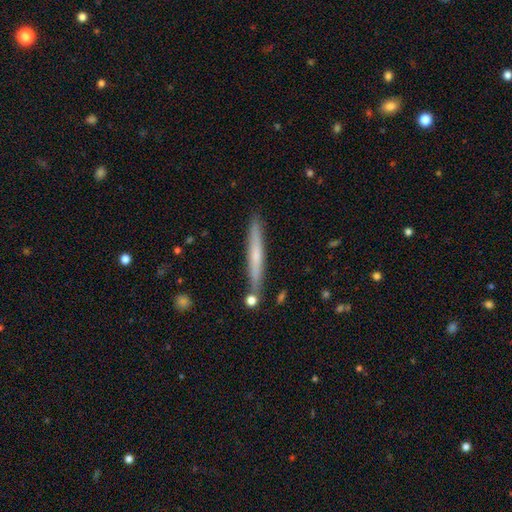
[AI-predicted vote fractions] Smooth or featured: smooth — 49% (featured or disk — 45%)
Merging: none — 85% (minor disturbance — 9%)